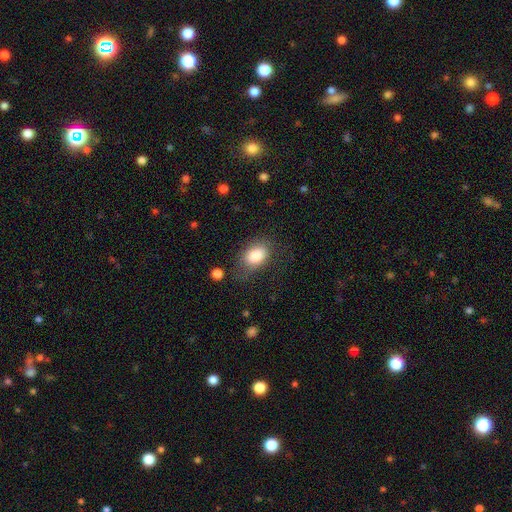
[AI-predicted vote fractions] Smooth or featured?
  - smooth: 83% *
  - featured or disk: 9%
  - star or artifact: 8%
How rounded?
  - in between: 82% *
  - round: 16%
  - cigar-shaped: 1%
Merging?
  - none: 62% *
  - minor disturbance: 24%
  - major disturbance: 11%
  - merger: 3%